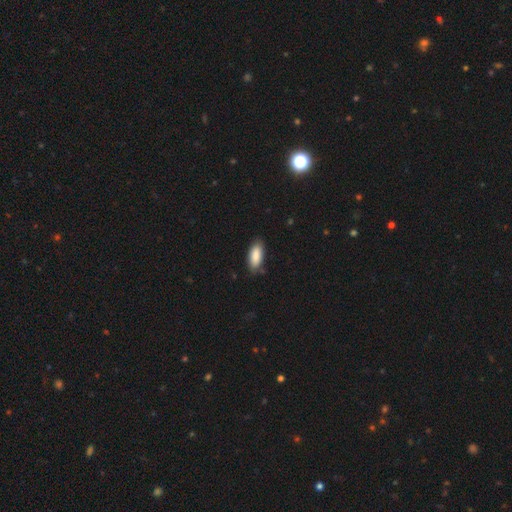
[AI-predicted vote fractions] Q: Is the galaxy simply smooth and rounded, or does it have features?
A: smooth — 87%.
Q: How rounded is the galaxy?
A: in between — 86%.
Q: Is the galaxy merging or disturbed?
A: none — 78%.